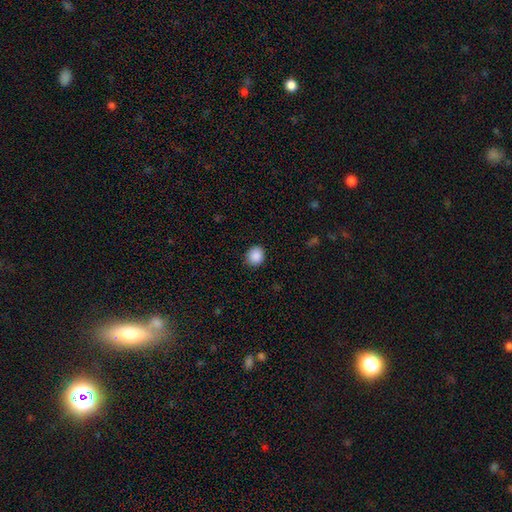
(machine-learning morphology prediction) smooth-or-featured: smooth: 89% | star or artifact: 9% | featured or disk: 3%
  how-rounded: round: 82% | in between: 17% | cigar-shaped: 1%
  merging: none: 88% | minor disturbance: 8% | major disturbance: 2% | merger: 1%